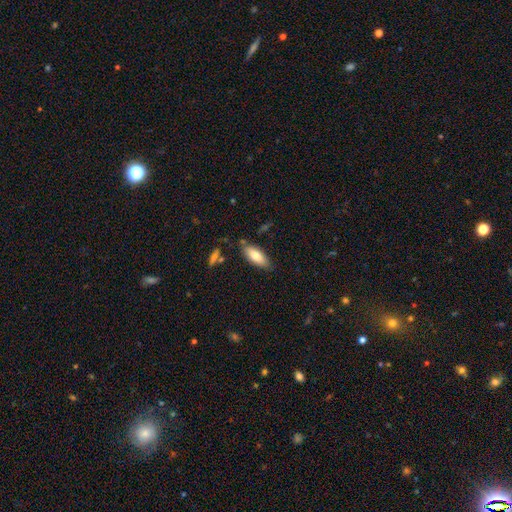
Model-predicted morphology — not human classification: A smooth galaxy with no disk features (77%) that is in between round and cigar-shaped (77%). Merging: none (80%).